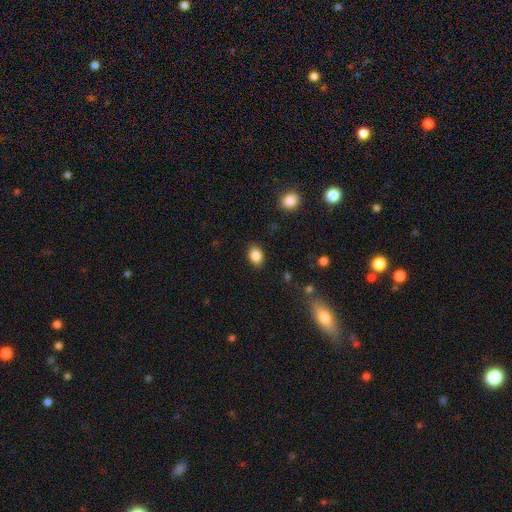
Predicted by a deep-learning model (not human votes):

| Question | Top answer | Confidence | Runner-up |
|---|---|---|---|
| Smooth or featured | smooth | 85% | star or artifact (9%) |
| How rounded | in between | 73% | round (26%) |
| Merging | none | 86% | minor disturbance (10%) |